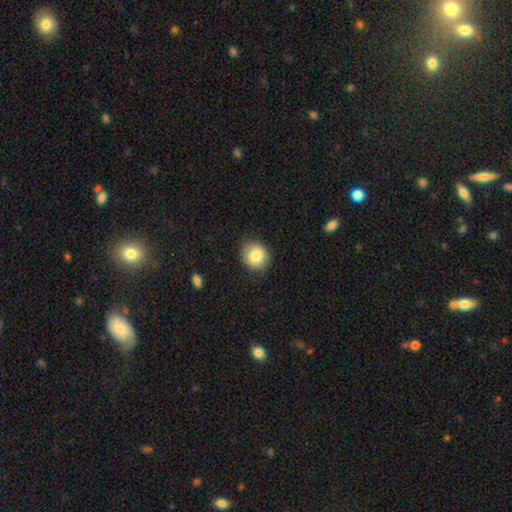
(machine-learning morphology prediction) This is clearly a smooth galaxy (84%). How rounded: likely round (78%). Merging: clearly none (82%).